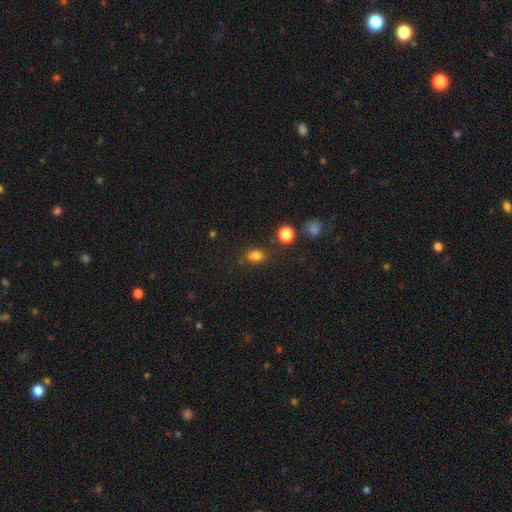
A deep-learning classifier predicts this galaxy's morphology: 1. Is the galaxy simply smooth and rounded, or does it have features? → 76% smooth, 16% star or artifact, 8% featured or disk.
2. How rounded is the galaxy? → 61% in between, 37% round, 2% cigar-shaped.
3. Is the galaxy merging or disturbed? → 62% none, 18% minor disturbance, 14% merger, 6% major disturbance.